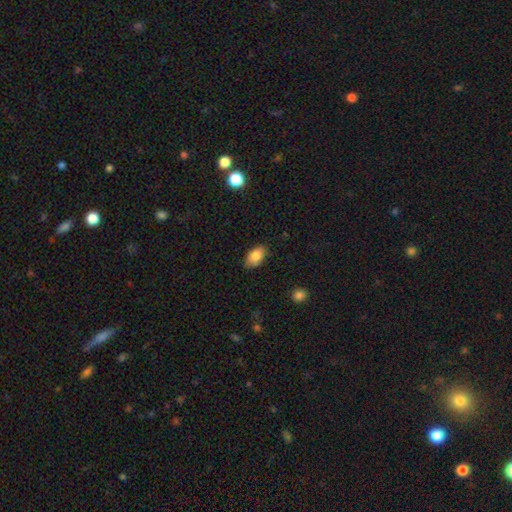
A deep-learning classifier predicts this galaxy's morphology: Smooth or featured? smooth (85%)
How rounded? in between (91%)
Merging? none (82%)